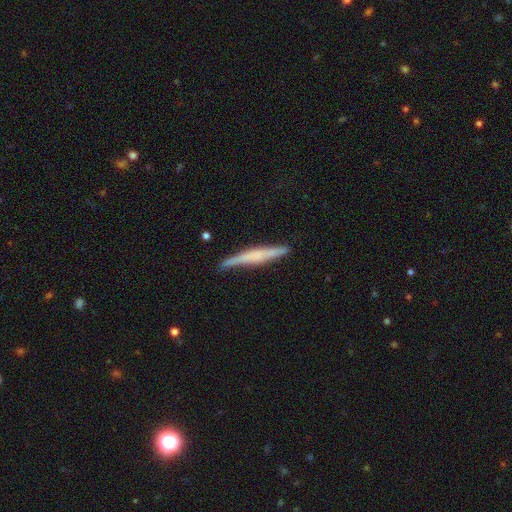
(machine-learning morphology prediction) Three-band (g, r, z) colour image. It shows a featured or disk galaxy (59%) viewed edge-on (95%) with no central bulge (37%). Merging: none (76%).